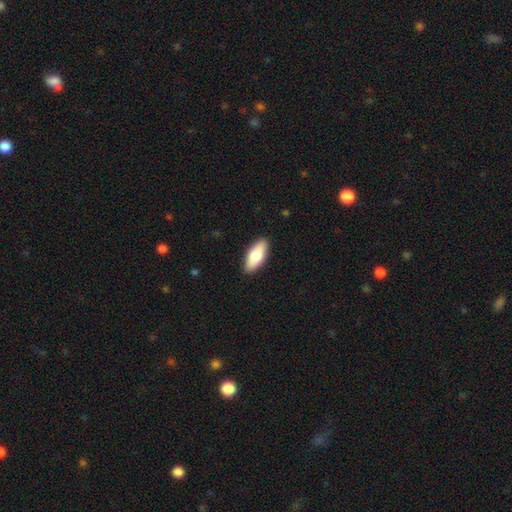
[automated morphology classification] Smooth or featured? Predicted: smooth (p=0.72). How rounded? Predicted: in between (p=0.73). Merging? Predicted: none (p=0.90).